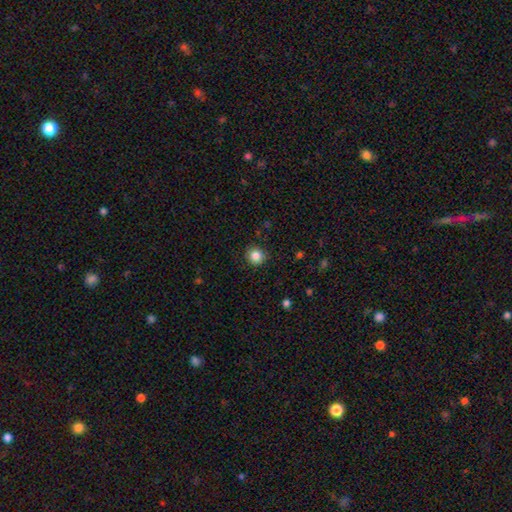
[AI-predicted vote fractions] smooth_or_featured: smooth (p=0.84) [alt: star or artifact p=0.11]
how_rounded: round (p=0.91) [alt: in between p=0.08]
merging: none (p=0.90) [alt: minor disturbance p=0.07]